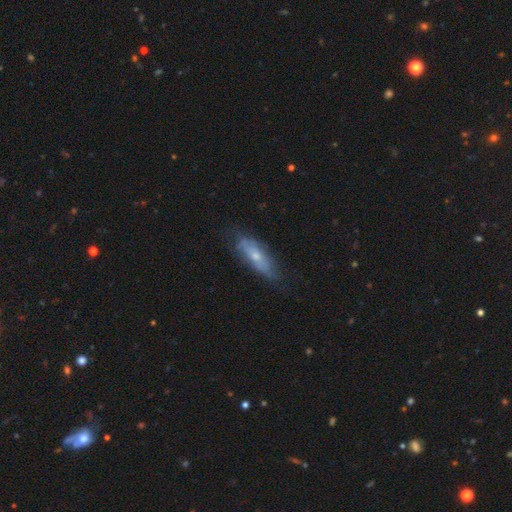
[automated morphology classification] Smooth or featured?
  - featured or disk: 47% *
  - smooth: 46%
  - star or artifact: 7%
Merging?
  - none: 68% *
  - minor disturbance: 24%
  - major disturbance: 7%
  - merger: 2%